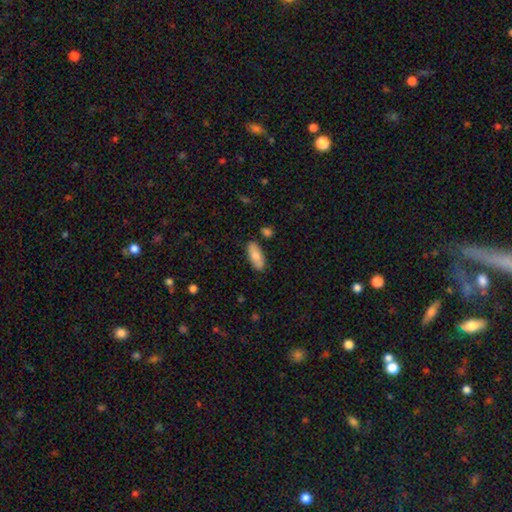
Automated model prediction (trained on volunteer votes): This is likely a smooth galaxy (79%). How rounded: likely in between (79%). Merging: clearly none (85%).